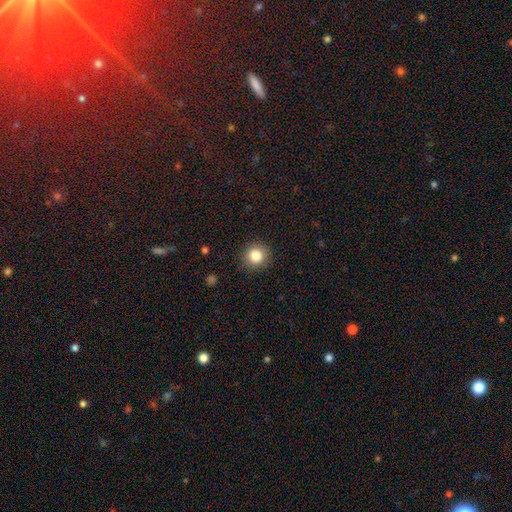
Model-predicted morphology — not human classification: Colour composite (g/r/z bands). It shows a smooth galaxy with no disk features (83%) that is round (91%). Merging: none (90%).